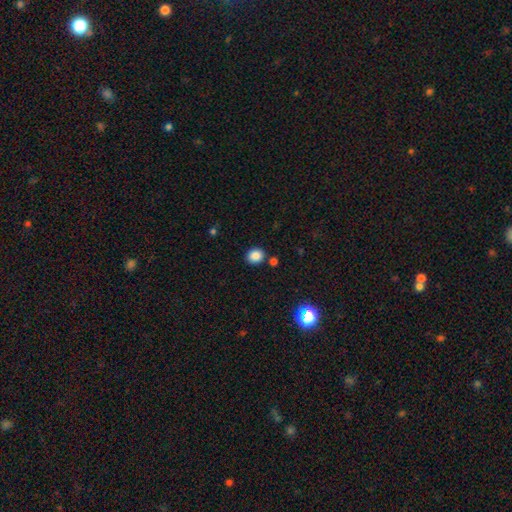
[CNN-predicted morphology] Q: Smooth or featured?
A: smooth (85%); runner-up: star or artifact (11%)
Q: How rounded?
A: round (71%); runner-up: in between (28%)
Q: Merging?
A: none (84%); runner-up: minor disturbance (8%)